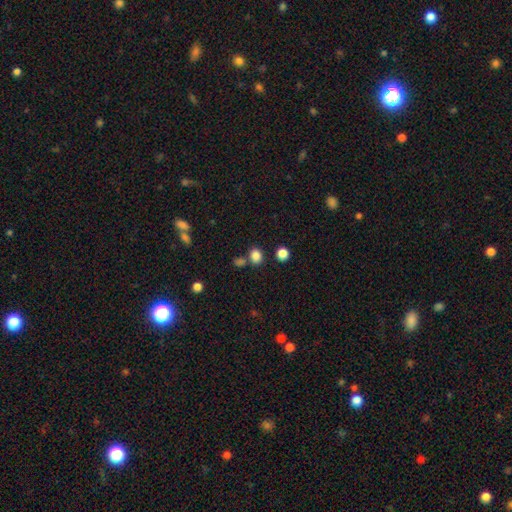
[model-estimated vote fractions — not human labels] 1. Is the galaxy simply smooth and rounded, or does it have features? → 83% smooth, 13% star or artifact, 5% featured or disk.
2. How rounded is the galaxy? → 55% round, 44% in between, 1% cigar-shaped.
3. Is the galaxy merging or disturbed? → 70% none, 16% merger, 10% minor disturbance, 4% major disturbance.